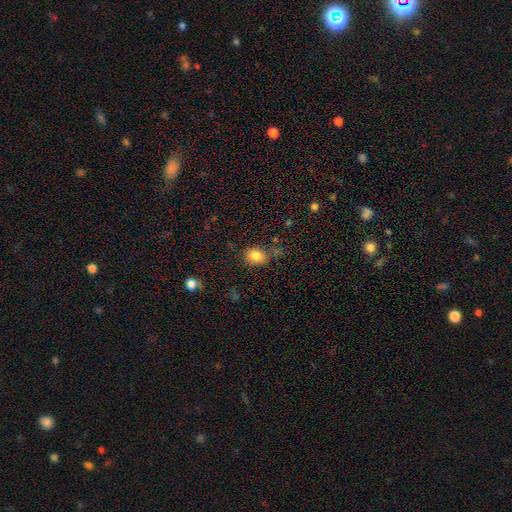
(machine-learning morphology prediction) A smooth galaxy with no disk features (83%) that is in between round and cigar-shaped (52%). Merging: none (71%).